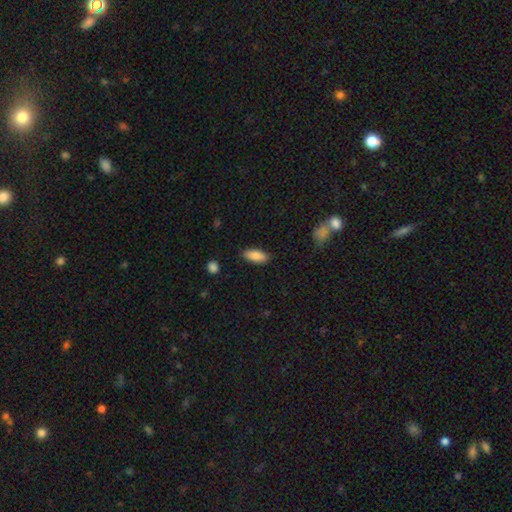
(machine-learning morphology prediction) Smooth or featured?
  - smooth: 85% *
  - featured or disk: 8%
  - star or artifact: 7%
How rounded?
  - in between: 84% *
  - cigar-shaped: 14%
  - round: 2%
Merging?
  - none: 85% *
  - minor disturbance: 11%
  - major disturbance: 2%
  - merger: 1%